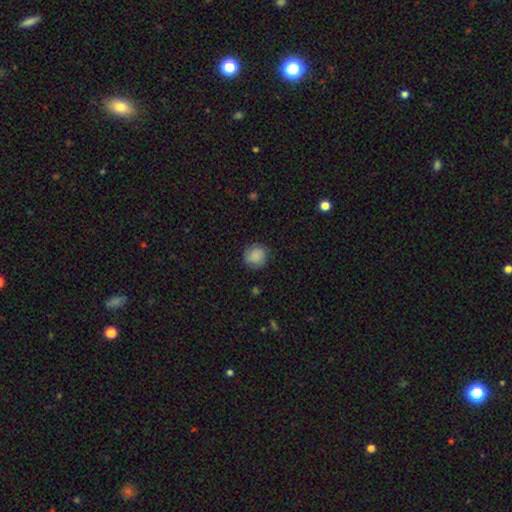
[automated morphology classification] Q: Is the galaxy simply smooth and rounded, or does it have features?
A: smooth — 81%.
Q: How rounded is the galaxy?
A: round — 89%.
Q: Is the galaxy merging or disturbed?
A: none — 82%.